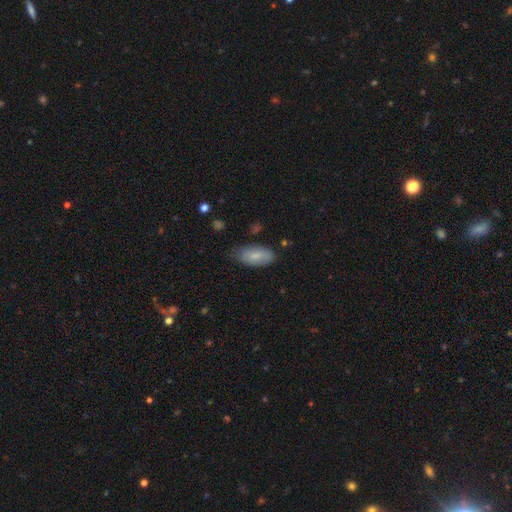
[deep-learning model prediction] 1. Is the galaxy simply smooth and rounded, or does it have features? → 80% smooth, 13% featured or disk, 6% star or artifact.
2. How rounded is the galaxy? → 89% in between, 9% cigar-shaped, 2% round.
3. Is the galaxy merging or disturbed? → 67% none, 26% minor disturbance, 5% major disturbance, 2% merger.